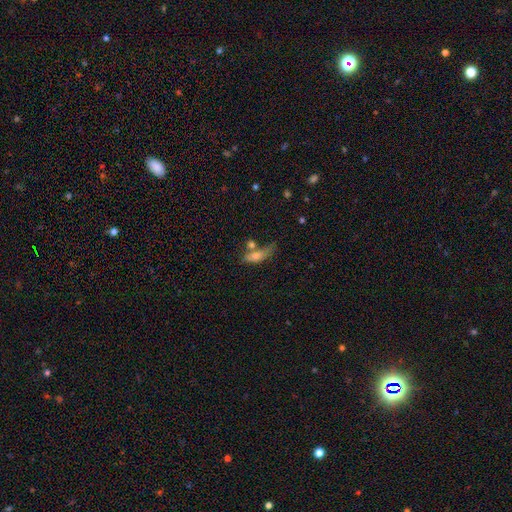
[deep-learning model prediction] Q: Smooth or featured?
A: smooth (62%); runner-up: featured or disk (27%)
Q: How rounded?
A: cigar-shaped (50%); runner-up: in between (45%)
Q: Merging?
A: none (43%); runner-up: merger (23%)